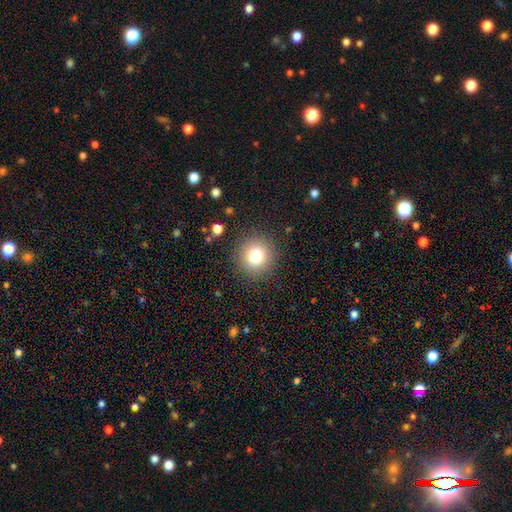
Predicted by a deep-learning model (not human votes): Overall: smooth (79%). How rounded: round (94%). Merging: none (89%).